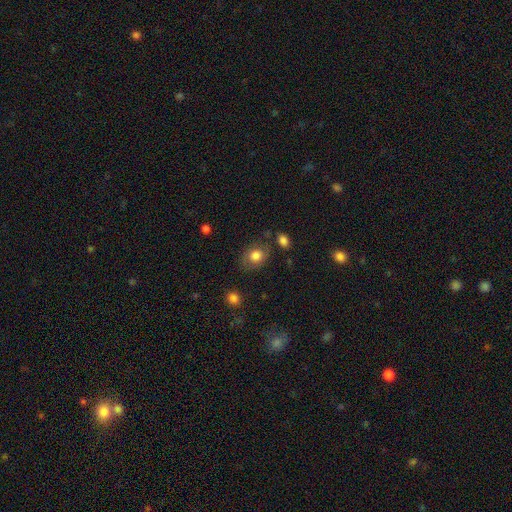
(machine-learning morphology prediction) Smooth or featured? Predicted: smooth (p=0.79). How rounded? Predicted: in between (p=0.53). Merging? Predicted: none (p=0.73).